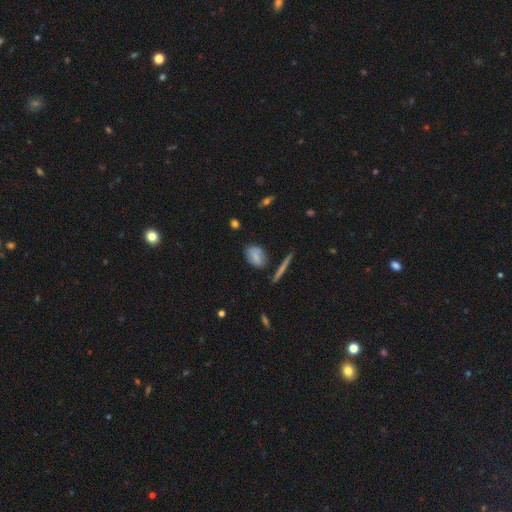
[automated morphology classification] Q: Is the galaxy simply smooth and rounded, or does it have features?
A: smooth — 69%.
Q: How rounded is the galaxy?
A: in between — 75%.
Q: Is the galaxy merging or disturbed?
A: none — 67%.